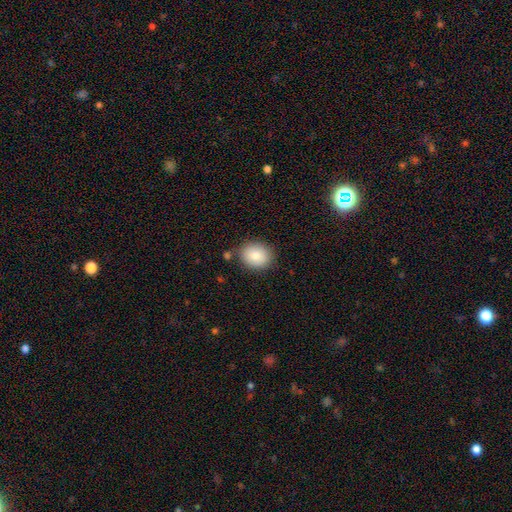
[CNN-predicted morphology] smooth-or-featured: smooth: 84% | featured or disk: 8% | star or artifact: 8%
  how-rounded: round: 57% | in between: 43% | cigar-shaped: 1%
  merging: none: 81% | minor disturbance: 12% | merger: 4% | major disturbance: 3%